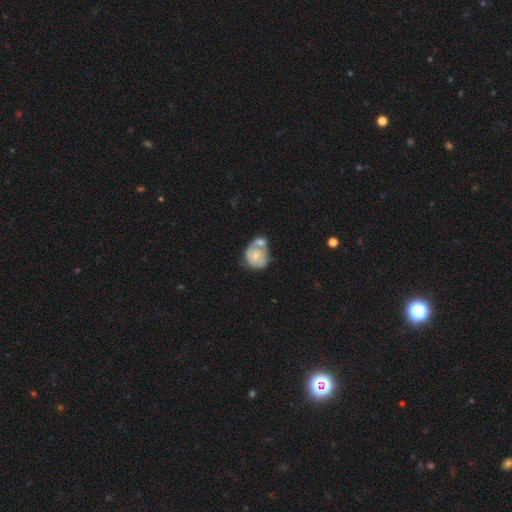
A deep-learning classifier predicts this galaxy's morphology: smooth-or-featured: featured or disk: 52% | smooth: 42% | star or artifact: 6%
  disk-edge-on: no: 98% | yes: 2%
    bar: no: 84% | weak: 14% | strong: 2%
    has-spiral-arms: yes: 57% | no: 43%
    bulge-size: small: 50% | moderate: 43% | none: 4% | large: 2% | dominant: 1%
  merging: merger: 56% | none: 22% | minor disturbance: 14% | major disturbance: 8%